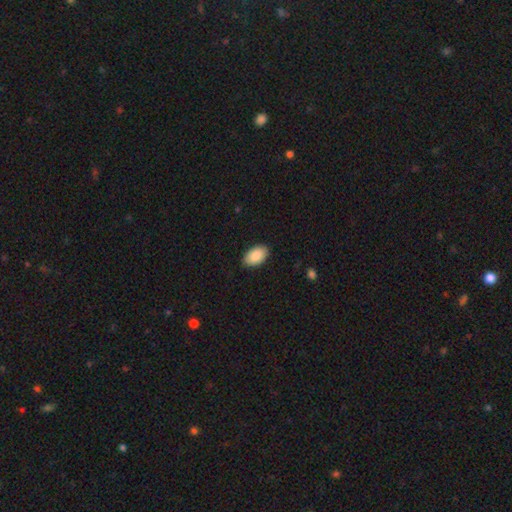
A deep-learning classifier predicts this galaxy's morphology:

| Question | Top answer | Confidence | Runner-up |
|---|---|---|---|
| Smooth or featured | smooth | 89% | star or artifact (6%) |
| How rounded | in between | 94% | round (5%) |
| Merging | none | 88% | minor disturbance (10%) |